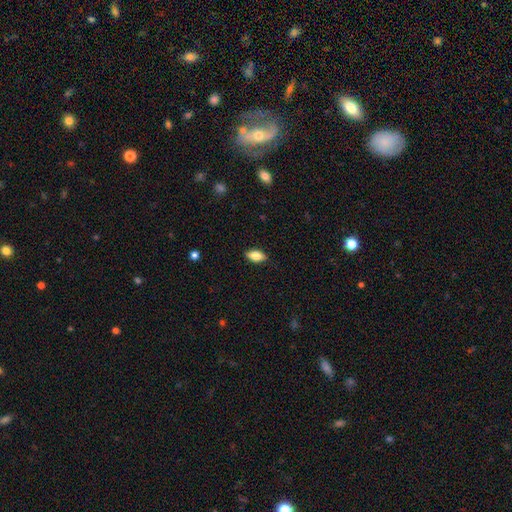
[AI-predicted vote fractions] This is likely a smooth galaxy (76%). How rounded: clearly in between (88%). Merging: clearly none (86%).